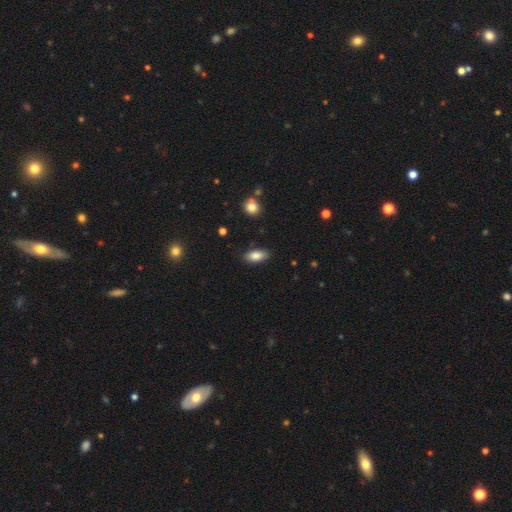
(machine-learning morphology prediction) Smooth or featured: smooth — 84% (featured or disk — 8%)
How rounded: in between — 89% (cigar-shaped — 8%)
Merging: none — 85% (minor disturbance — 11%)